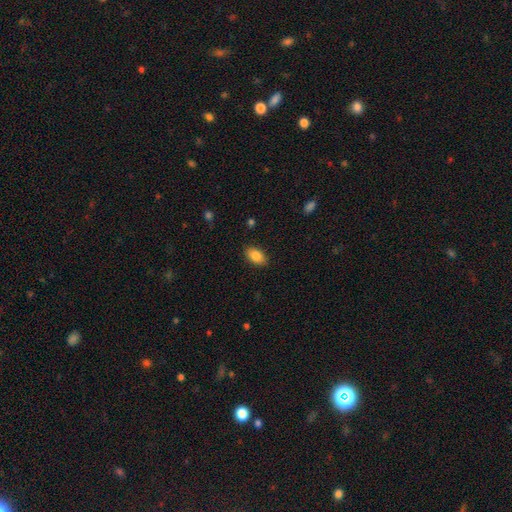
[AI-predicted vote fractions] Smooth or featured? smooth (86%)
How rounded? in between (92%)
Merging? none (88%)